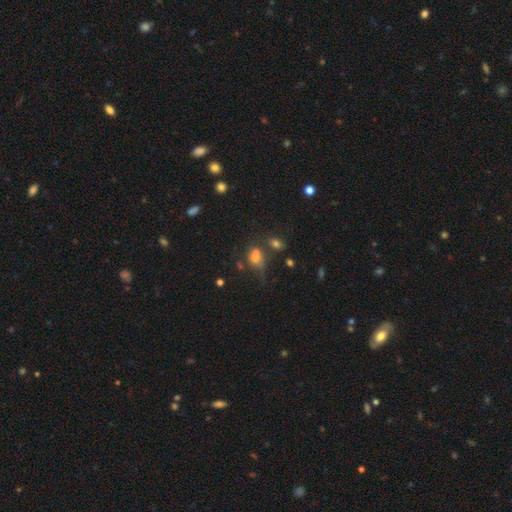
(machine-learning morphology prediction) Smooth or featured? Predicted: smooth (p=0.57). How rounded? Predicted: in between (p=0.52). Merging? Predicted: none (p=0.40).